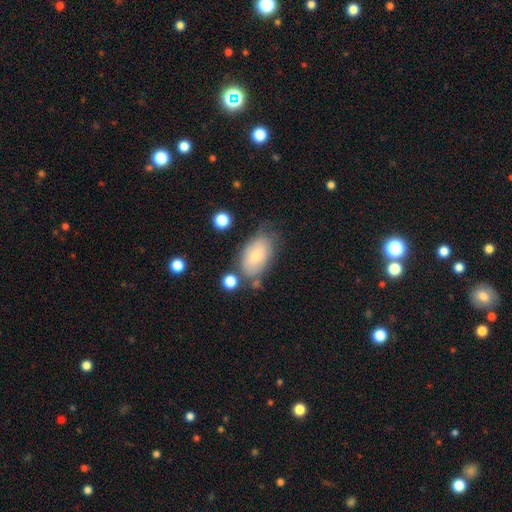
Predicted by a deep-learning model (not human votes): This appears to be a smooth galaxy with no disk features (68%) that is in between round and cigar-shaped (92%). Merging: none (57%).